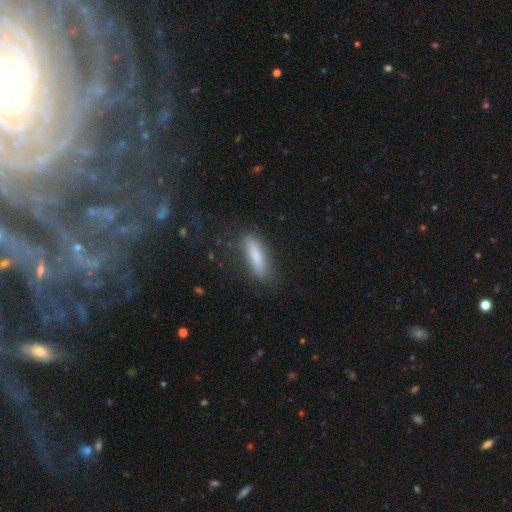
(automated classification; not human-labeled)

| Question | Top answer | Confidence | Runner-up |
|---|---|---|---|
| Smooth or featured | smooth | 75% | featured or disk (18%) |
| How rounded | cigar-shaped | 72% | in between (26%) |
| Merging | none | 81% | minor disturbance (13%) |